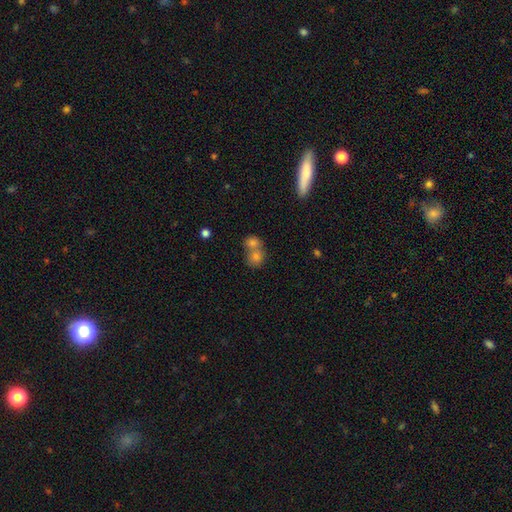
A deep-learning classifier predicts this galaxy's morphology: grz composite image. It shows a smooth galaxy with no disk features (68%) that is round (69%). Merging: merger (48%).